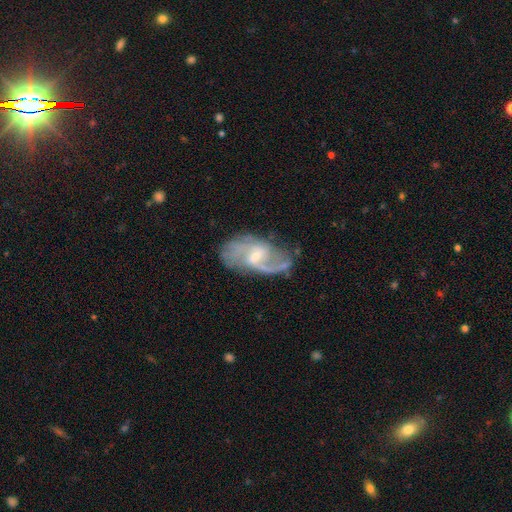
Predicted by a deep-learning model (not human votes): Q: Smooth or featured?
A: featured or disk (84%); runner-up: smooth (10%)
Q: Edge-on disk?
A: no (96%); runner-up: yes (4%)
Q: Bar?
A: weak (59%); runner-up: no (28%)
Q: Spiral arms?
A: yes (93%); runner-up: no (7%)
Q: Spiral winding?
A: loose (48%); runner-up: medium (39%)
Q: Spiral arm count?
A: 2 (67%); runner-up: can't tell (12%)
Q: Bulge size?
A: small (58%); runner-up: moderate (36%)
Q: Merging?
A: none (61%); runner-up: minor disturbance (22%)